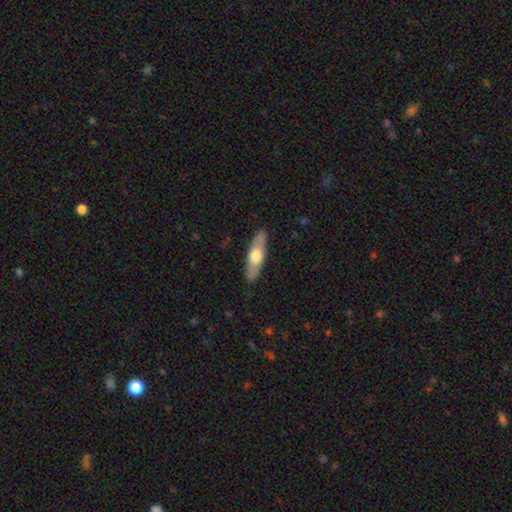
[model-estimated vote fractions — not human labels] smooth 53%, featured or disk 42%, star or artifact 5%. Down the decision tree: how rounded — cigar-shaped (56%); merging — none (88%).